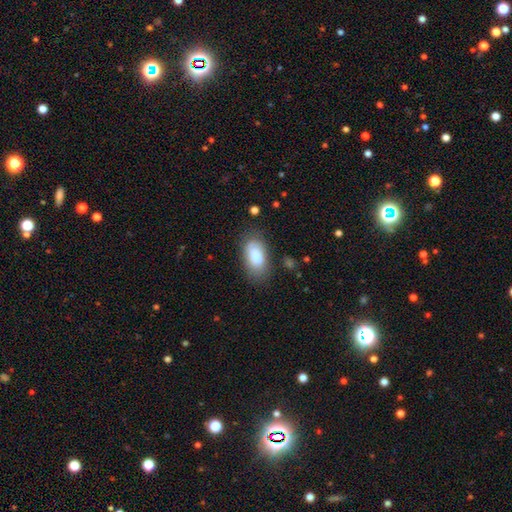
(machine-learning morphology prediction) Smooth or featured? smooth (81%)
How rounded? in between (93%)
Merging? none (72%)